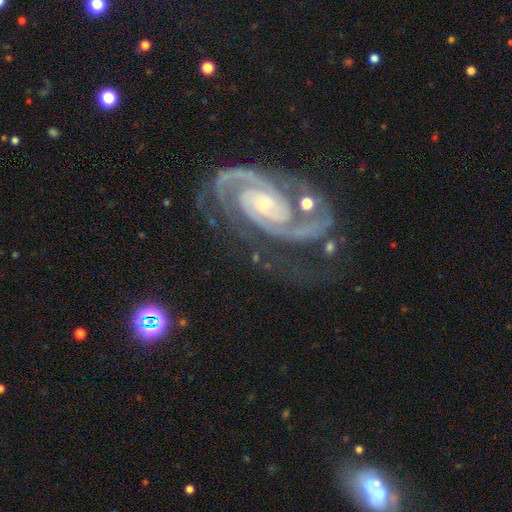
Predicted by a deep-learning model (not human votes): Morphology: type=featured or disk (93%); edge-on=no (97%); bar=no (57%); spiral arms=yes (99%); winding=tight (61%); arm count=2 (84%); bulge=small (67%); merging=none (66%).